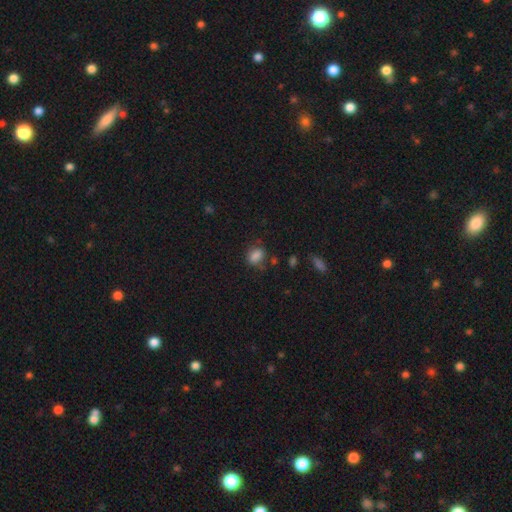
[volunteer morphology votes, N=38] Overall: smooth (76%). How rounded: in between (79%). Merging: none (65%).